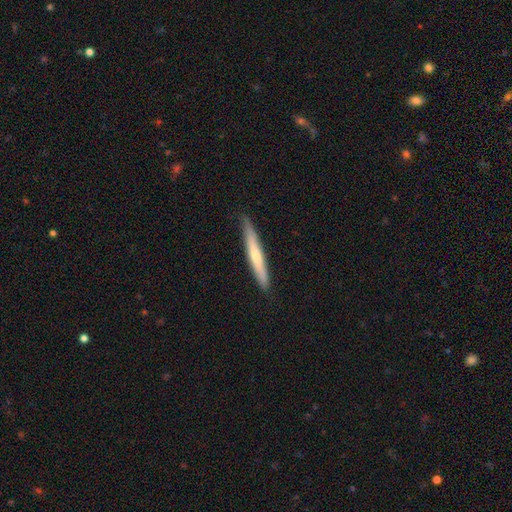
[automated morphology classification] A smooth galaxy with no disk features (55%) that is cigar-shaped (96%).

Vote fractions:
- Smooth or featured? smooth: 55% / featured or disk: 40% / star or artifact: 5%
- How rounded? cigar-shaped: 96% / in between: 3% / round: 1%
- Merging? none: 85% / minor disturbance: 12% / major disturbance: 2% / merger: 1%